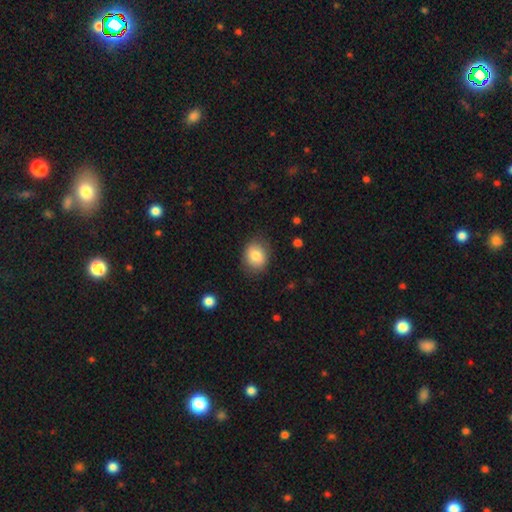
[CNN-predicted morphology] Q: Smooth or featured?
A: smooth (82%); runner-up: featured or disk (10%)
Q: How rounded?
A: round (54%); runner-up: in between (45%)
Q: Merging?
A: none (81%); runner-up: minor disturbance (14%)